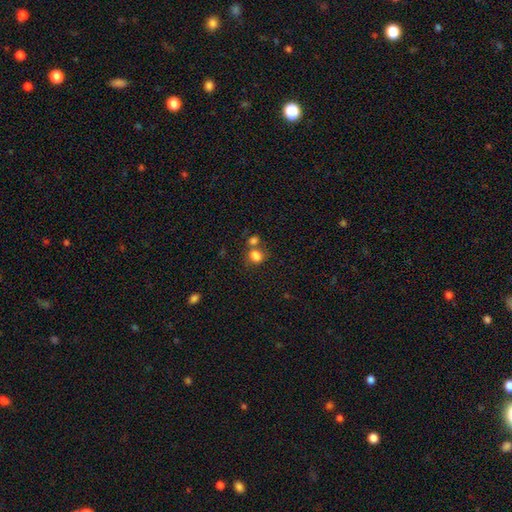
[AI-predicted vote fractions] Smooth or featured? Predicted: smooth (p=0.81). How rounded? Predicted: round (p=0.51). Merging? Predicted: none (p=0.43).